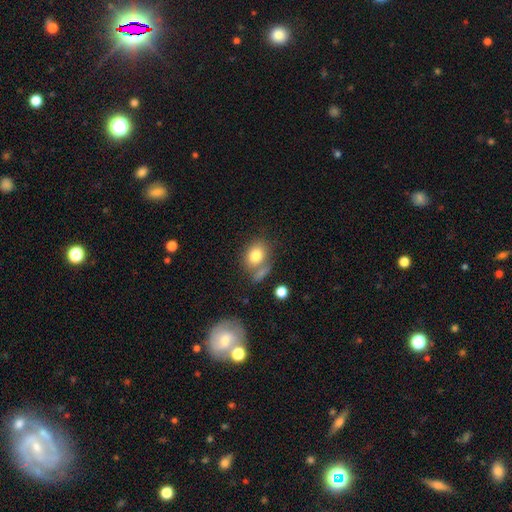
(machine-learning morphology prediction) This is likely a smooth galaxy (79%). How rounded: possibly in between (57%). Merging: possibly none (55%).